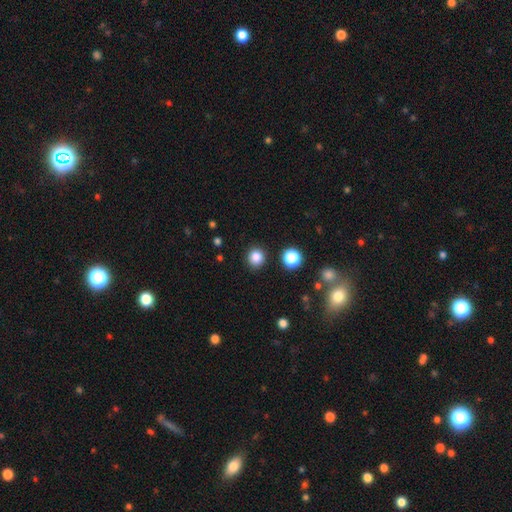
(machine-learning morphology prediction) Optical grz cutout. It shows a smooth galaxy with no disk features (84%) that is round (90%). Merging: none (90%).